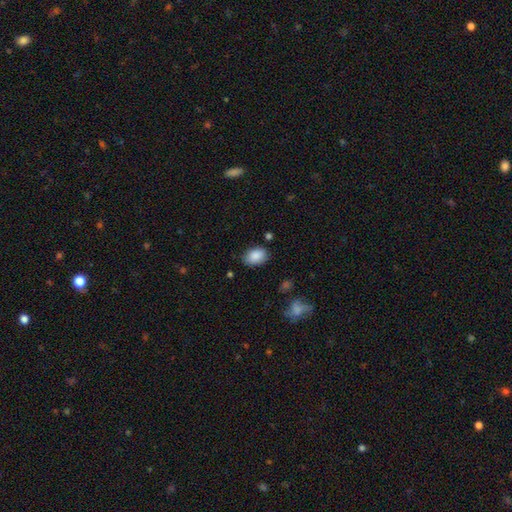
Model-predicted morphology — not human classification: Smooth or featured?
  - smooth: 87% *
  - star or artifact: 8%
  - featured or disk: 5%
How rounded?
  - in between: 84% *
  - round: 15%
  - cigar-shaped: 1%
Merging?
  - none: 81% *
  - minor disturbance: 14%
  - major disturbance: 3%
  - merger: 2%